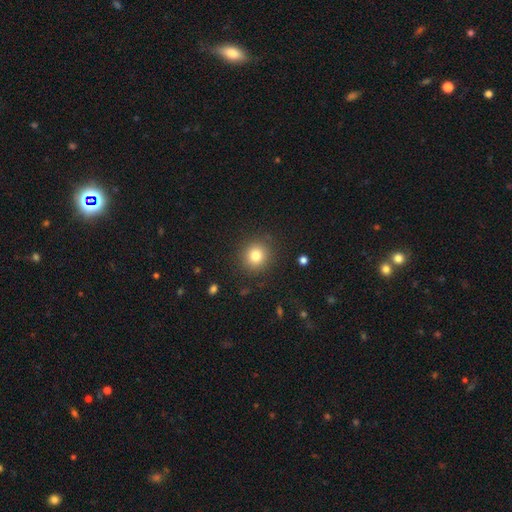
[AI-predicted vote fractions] A smooth galaxy with no disk features (80%) that is round (90%). Merging: none (89%).